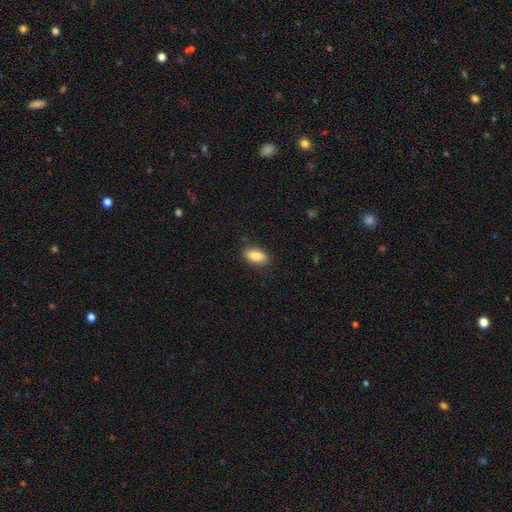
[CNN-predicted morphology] Q: Smooth or featured?
A: smooth (85%); runner-up: featured or disk (8%)
Q: How rounded?
A: in between (87%); runner-up: cigar-shaped (9%)
Q: Merging?
A: none (86%); runner-up: minor disturbance (11%)